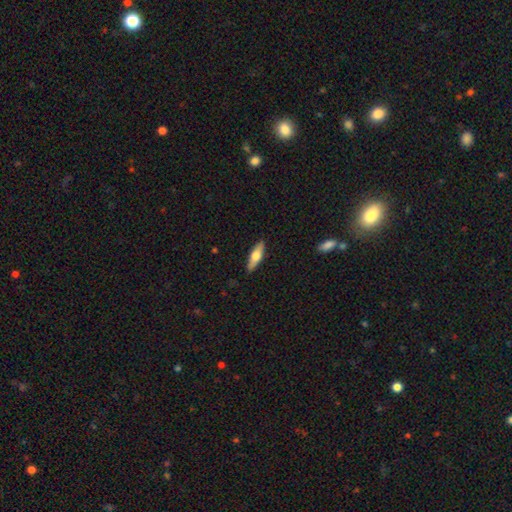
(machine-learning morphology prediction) This appears to be a smooth galaxy with no disk features (52%) that is cigar-shaped (58%). Merging: none (89%).